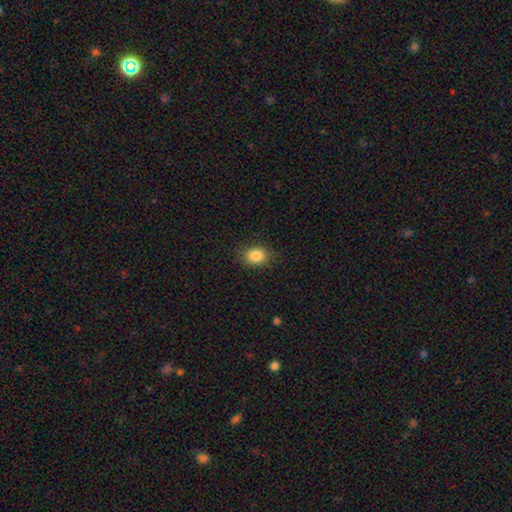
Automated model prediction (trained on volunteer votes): Overall: smooth (85%). How rounded: in between (64%; round 35%). Merging: none (85%).